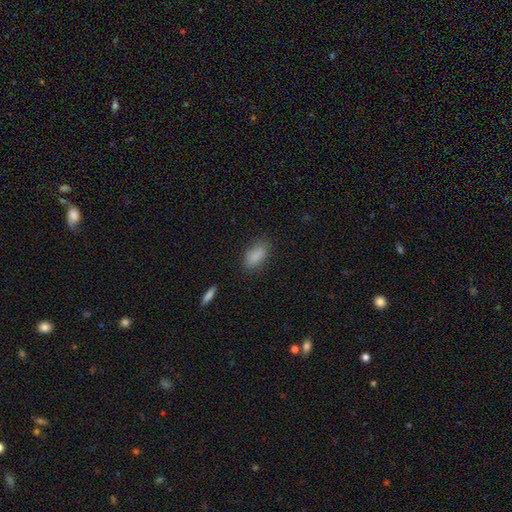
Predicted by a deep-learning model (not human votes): Overall: smooth (86%). How rounded: in between (86%). Merging: none (82%).